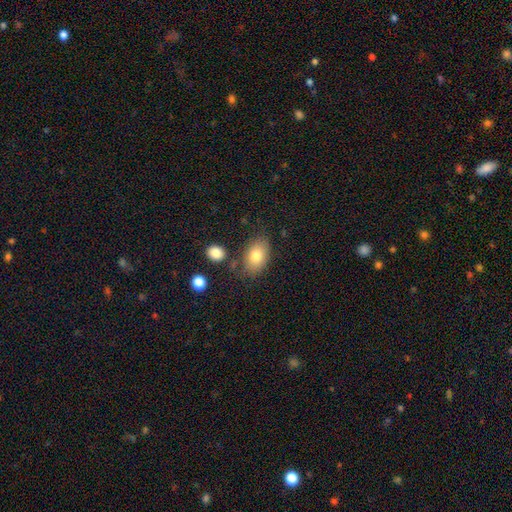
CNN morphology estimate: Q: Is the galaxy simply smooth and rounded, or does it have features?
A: smooth — 78%.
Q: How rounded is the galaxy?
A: in between — 83%.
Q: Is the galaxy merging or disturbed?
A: none — 75%.